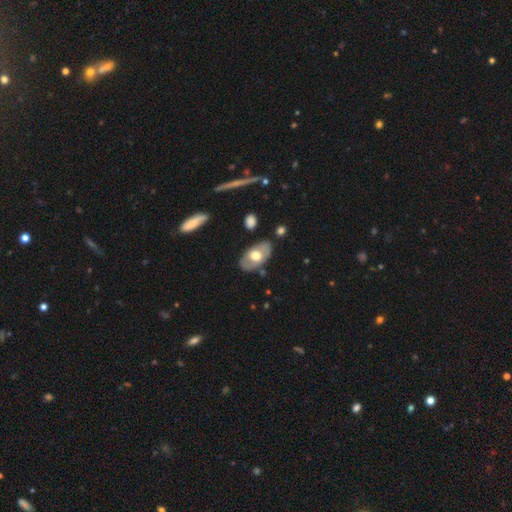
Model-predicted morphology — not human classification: Overall: featured or disk (48%; smooth 47%). Merging: none (77%).